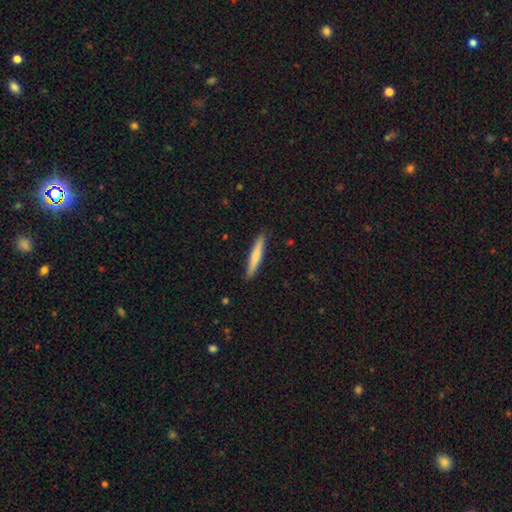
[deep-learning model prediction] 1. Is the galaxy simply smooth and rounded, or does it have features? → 71% smooth, 24% featured or disk, 5% star or artifact.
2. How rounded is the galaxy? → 94% cigar-shaped, 5% in between, 1% round.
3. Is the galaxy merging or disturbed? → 90% none, 7% minor disturbance, 1% major disturbance, 1% merger.